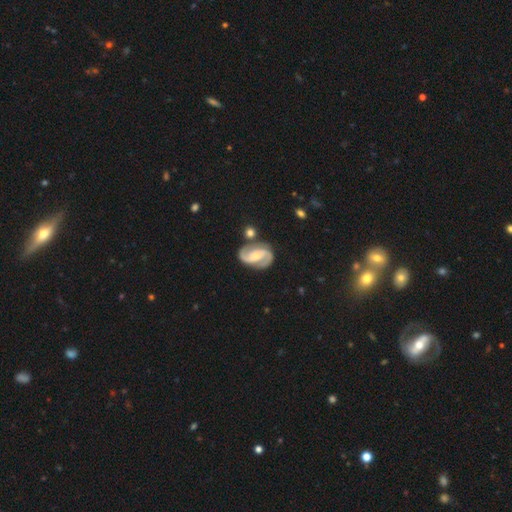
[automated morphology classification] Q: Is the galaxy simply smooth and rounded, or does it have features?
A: featured or disk — 90%.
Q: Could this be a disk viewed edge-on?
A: no — 98%.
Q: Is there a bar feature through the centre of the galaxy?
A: weak — 37%.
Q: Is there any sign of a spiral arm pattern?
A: yes — 98%.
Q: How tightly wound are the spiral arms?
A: medium — 54%.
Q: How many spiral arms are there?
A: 2 — 93%.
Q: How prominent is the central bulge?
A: small — 53%.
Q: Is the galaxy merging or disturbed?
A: none — 76%.